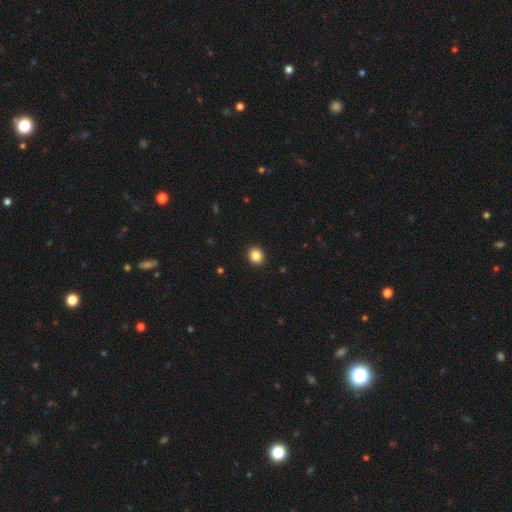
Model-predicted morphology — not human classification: Smooth or featured? Predicted: smooth (p=0.87). How rounded? Predicted: round (p=0.79). Merging? Predicted: none (p=0.92).